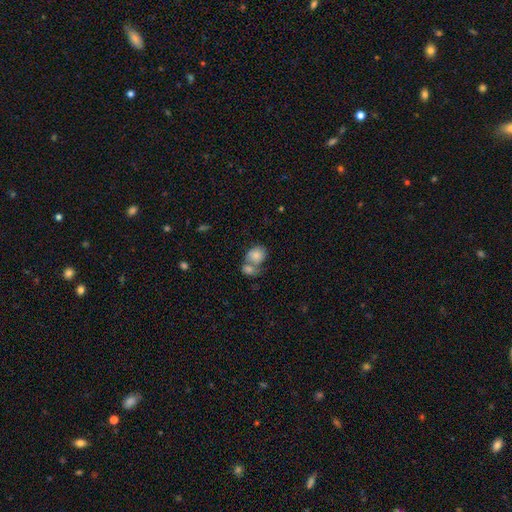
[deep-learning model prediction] Smooth or featured?
  - smooth: 78% *
  - featured or disk: 14%
  - star or artifact: 8%
How rounded?
  - round: 56% *
  - in between: 43%
  - cigar-shaped: 1%
Merging?
  - merger: 60% *
  - none: 25%
  - minor disturbance: 9%
  - major disturbance: 5%